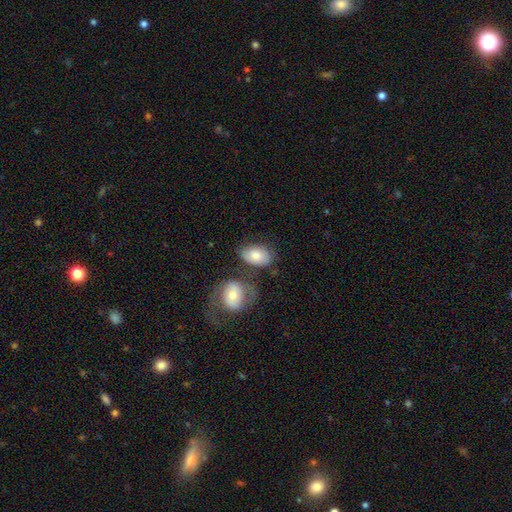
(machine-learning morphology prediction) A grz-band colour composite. It shows a smooth galaxy with no disk features (77%) that is in between round and cigar-shaped (88%). Merging: none (57%).